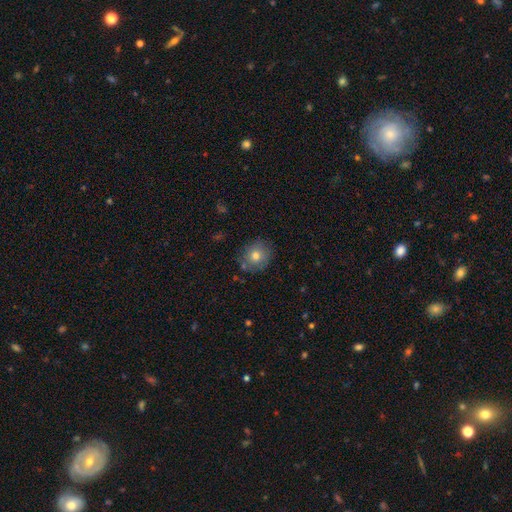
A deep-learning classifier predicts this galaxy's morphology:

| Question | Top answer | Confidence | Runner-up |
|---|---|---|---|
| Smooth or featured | smooth | 76% | featured or disk (13%) |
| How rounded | round | 84% | in between (15%) |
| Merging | none | 81% | minor disturbance (13%) |